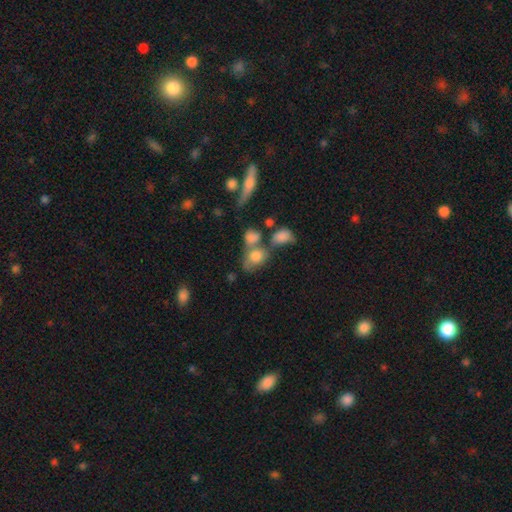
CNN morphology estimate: A smooth galaxy with no disk features (72%) that is in between round and cigar-shaped (70%). Merging: merger (42%).